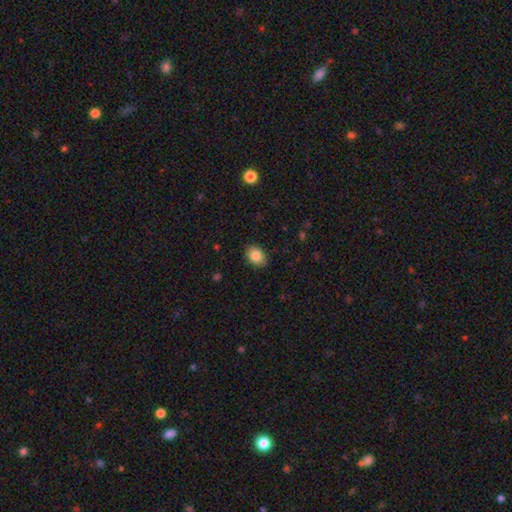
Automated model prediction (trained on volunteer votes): smooth-or-featured: smooth: 85% | star or artifact: 8% | featured or disk: 7%
  how-rounded: in between: 71% | round: 28% | cigar-shaped: 1%
  merging: none: 87% | minor disturbance: 10% | major disturbance: 2% | merger: 1%